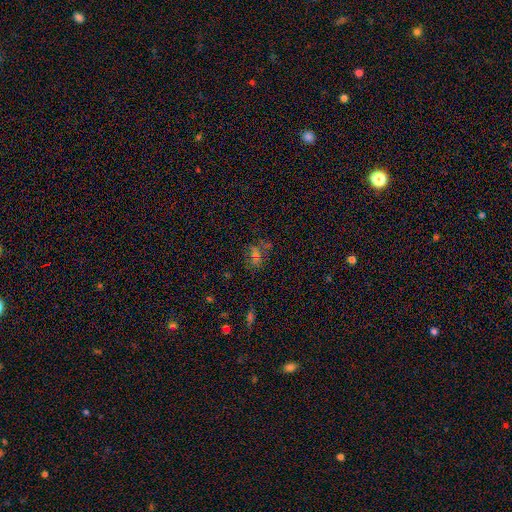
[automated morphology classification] This is possibly a smooth galaxy (49%). Merging: likely none (60%).